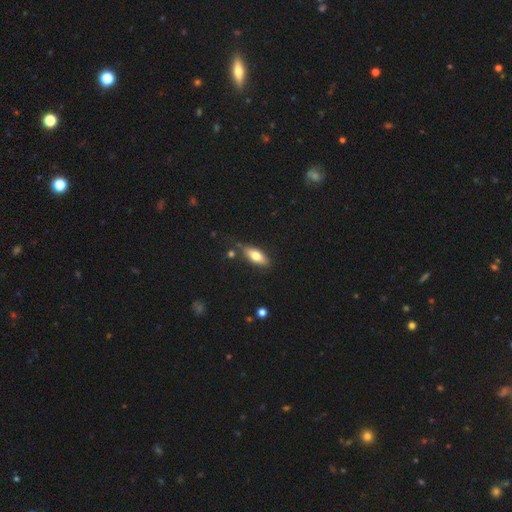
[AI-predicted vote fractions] This is likely a smooth galaxy (68%). How rounded: likely in between (71%). Merging: likely none (76%).